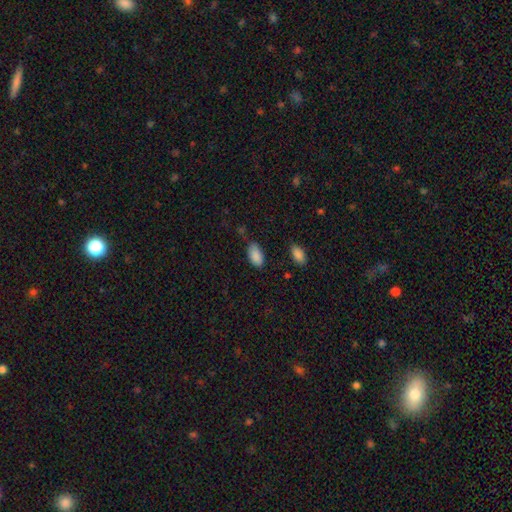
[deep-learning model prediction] Smooth or featured? smooth (88%)
How rounded? in between (95%)
Merging? none (67%)